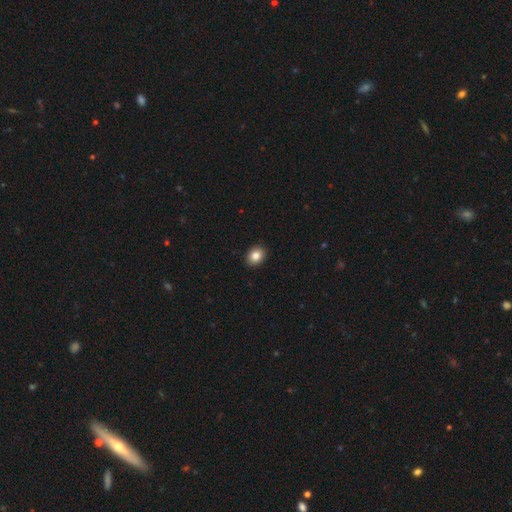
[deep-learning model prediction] The model was most divided on "how rounded": in between: 53%, round: 46%, cigar-shaped: 1%. More confident: merging — none (92%); smooth or featured — smooth (85%).